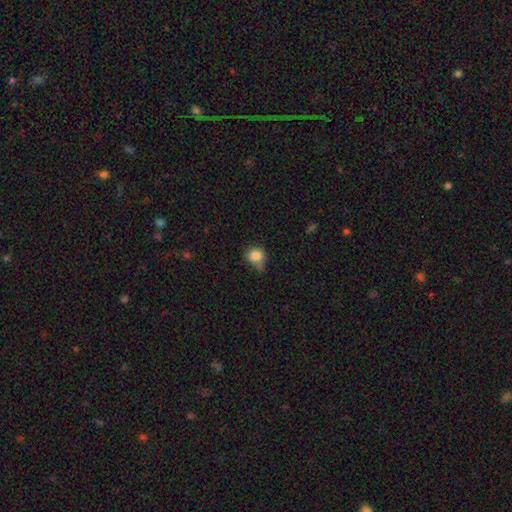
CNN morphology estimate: Smooth or featured?
  - smooth: 82% *
  - star or artifact: 10%
  - featured or disk: 7%
How rounded?
  - round: 74% *
  - in between: 24%
  - cigar-shaped: 1%
Merging?
  - none: 47% *
  - minor disturbance: 37%
  - major disturbance: 10%
  - merger: 5%